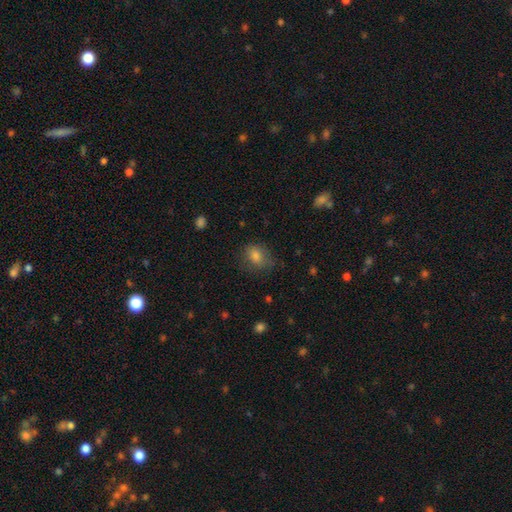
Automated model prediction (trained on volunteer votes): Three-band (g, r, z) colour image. It shows a smooth galaxy with no disk features (78%) that is in between round and cigar-shaped (57%). Merging: none (67%).